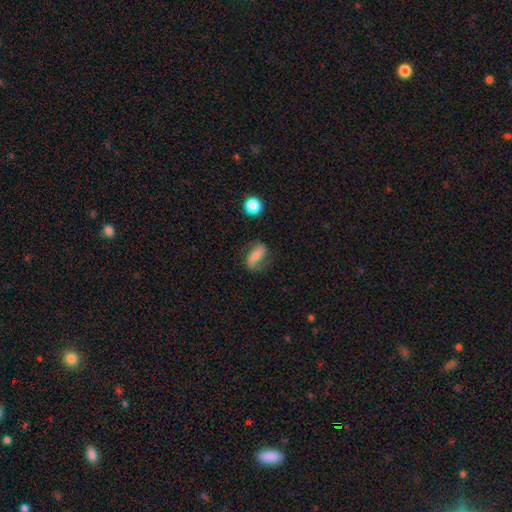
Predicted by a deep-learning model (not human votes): Morphology: type=featured or disk (53%); edge-on=no (91%); merging=none (71%).